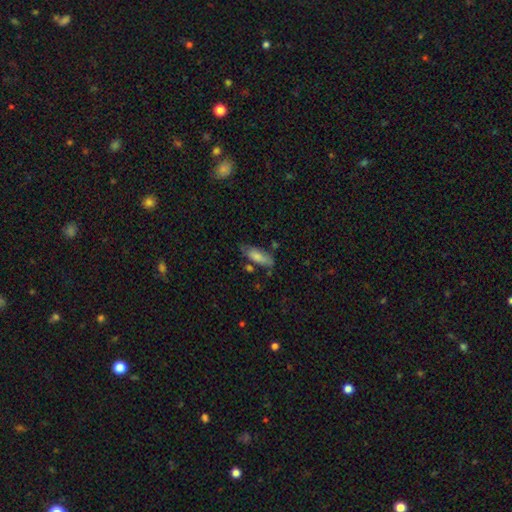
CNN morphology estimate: Overall: smooth (78%). How rounded: in between (61%; cigar-shaped 37%). Merging: none (62%; minor disturbance 25%).